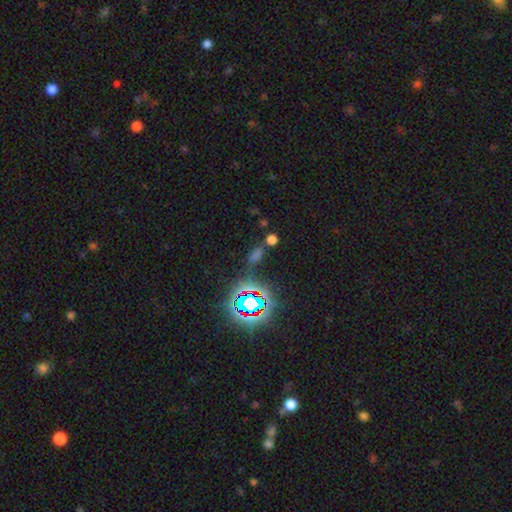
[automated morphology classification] Overall: star or artifact (56%; smooth 33%).